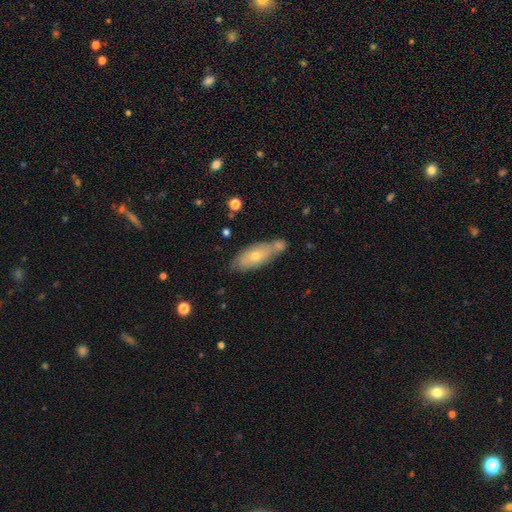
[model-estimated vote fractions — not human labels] Overall: smooth (53%; featured or disk 40%). How rounded: in between (66%; cigar-shaped 31%). Merging: none (57%; merger 20%).